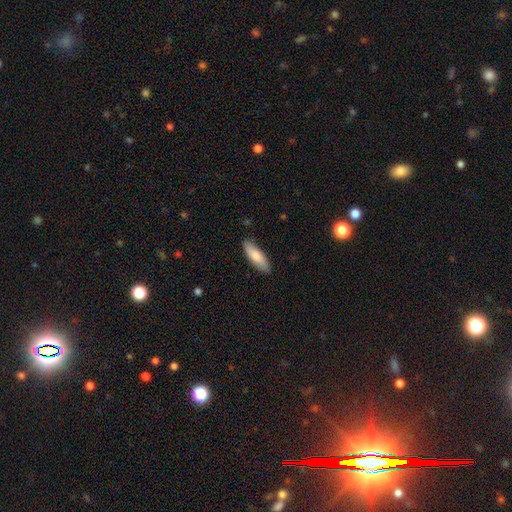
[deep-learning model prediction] Smooth or featured: smooth — 82% (featured or disk — 12%)
How rounded: in between — 57% (cigar-shaped — 42%)
Merging: none — 85% (minor disturbance — 12%)